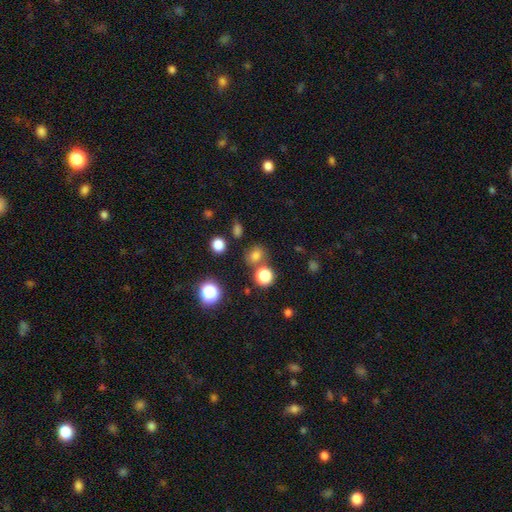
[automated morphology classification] This appears to be a smooth galaxy with no disk features (72%) that is round (69%). Merging: none (72%).